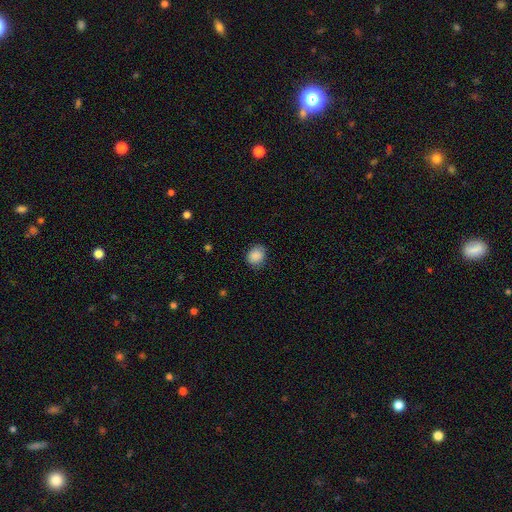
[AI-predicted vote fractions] Overall: smooth (88%). How rounded: round (63%; in between 37%). Merging: none (81%).